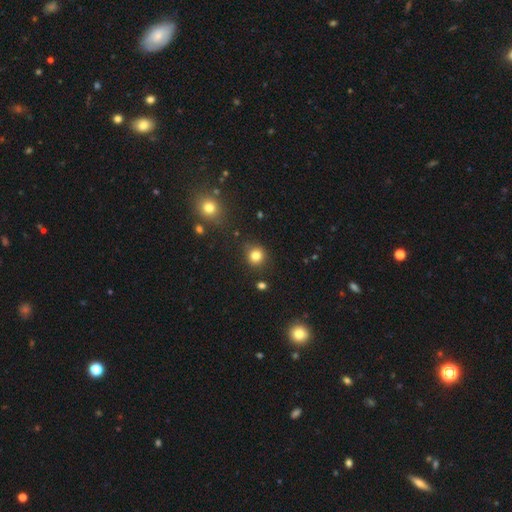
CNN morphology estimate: Overall: smooth (82%). How rounded: round (88%). Merging: none (85%).